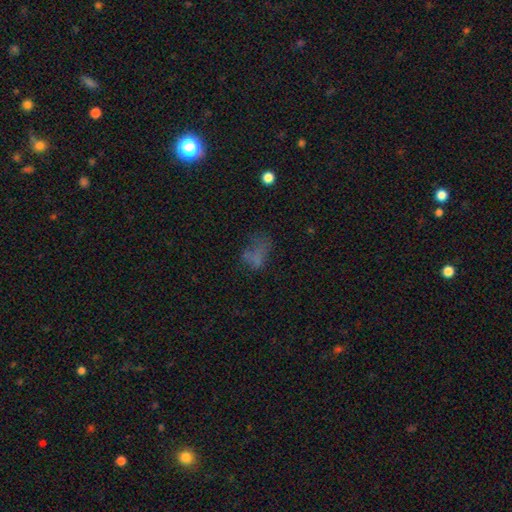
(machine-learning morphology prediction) A smooth galaxy with no disk features (51%) that is in between round and cigar-shaped (77%). Merging: none (36%).